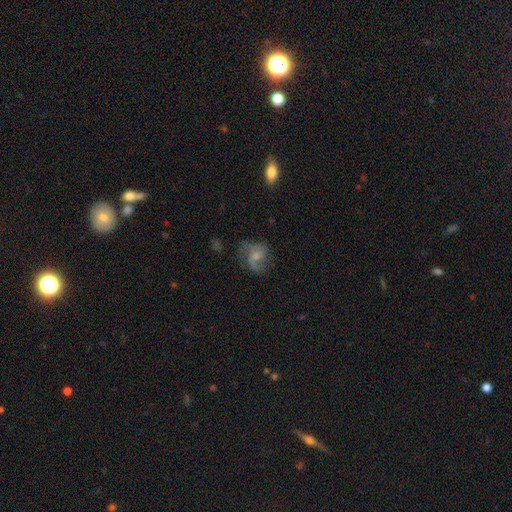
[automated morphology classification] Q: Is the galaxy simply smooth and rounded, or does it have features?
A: featured or disk — 63%.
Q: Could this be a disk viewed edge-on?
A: no — 98%.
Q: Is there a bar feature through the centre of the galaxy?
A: no — 62%.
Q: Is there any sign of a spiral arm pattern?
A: yes — 86%.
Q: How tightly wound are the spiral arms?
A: loose — 45%.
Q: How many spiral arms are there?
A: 2 — 70%.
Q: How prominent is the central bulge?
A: small — 44%.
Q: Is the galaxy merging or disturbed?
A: none — 51%.